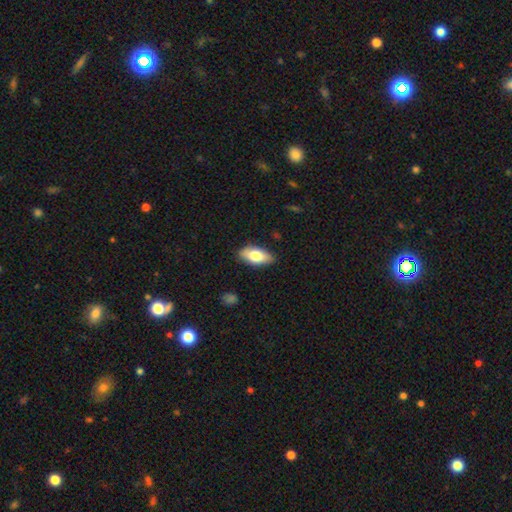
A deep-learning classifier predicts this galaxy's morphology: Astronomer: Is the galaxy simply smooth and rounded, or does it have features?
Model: smooth — 75%.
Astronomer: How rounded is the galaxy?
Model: in between — 89%.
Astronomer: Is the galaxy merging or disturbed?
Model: none — 84%.